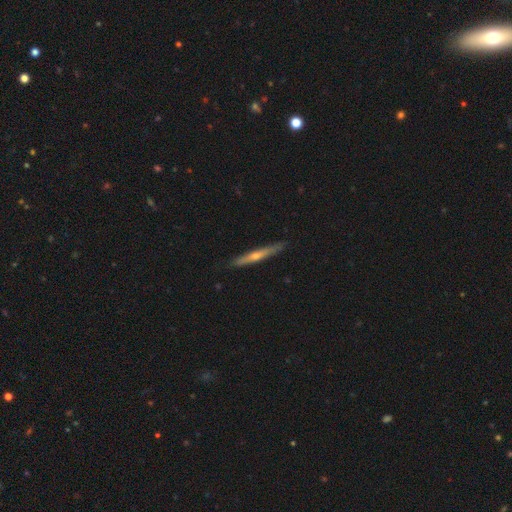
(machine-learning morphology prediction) Q: Smooth or featured?
A: featured or disk (60%); runner-up: smooth (34%)
Q: Edge-on disk?
A: yes (96%); runner-up: no (4%)
Q: Edge-on bulge?
A: rounded (73%); runner-up: none (24%)
Q: Merging?
A: none (89%); runner-up: minor disturbance (8%)